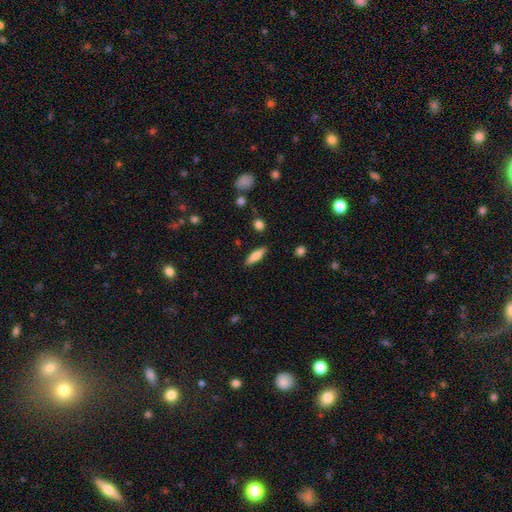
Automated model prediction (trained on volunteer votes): Smooth or featured: smooth — 78% (featured or disk — 16%)
How rounded: cigar-shaped — 55% (in between — 43%)
Merging: none — 86% (minor disturbance — 10%)